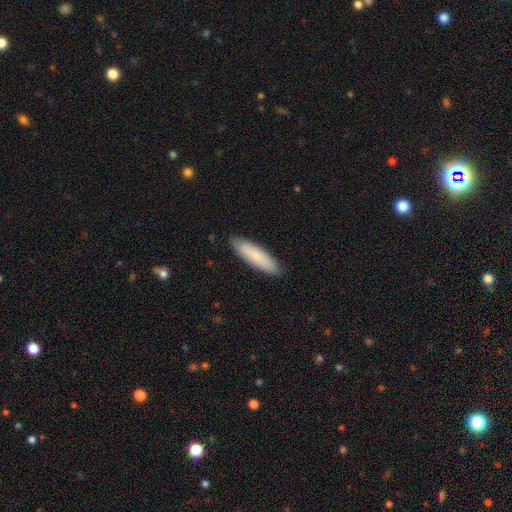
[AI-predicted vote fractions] This appears to be a smooth galaxy with no disk features (78%) that is cigar-shaped (64%). Merging: none (89%).